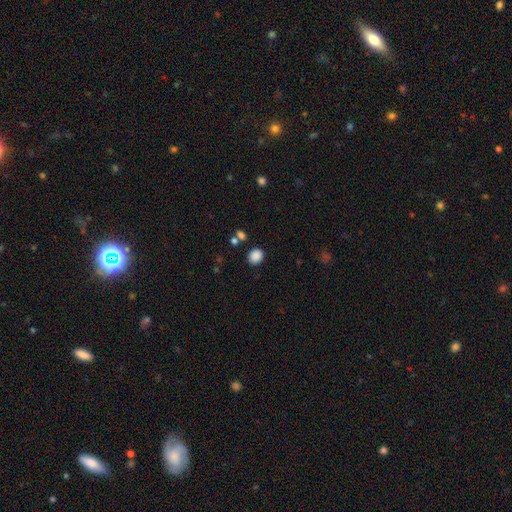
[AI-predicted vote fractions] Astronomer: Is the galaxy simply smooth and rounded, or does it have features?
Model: smooth — 86%.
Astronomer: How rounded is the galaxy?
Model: round — 70%.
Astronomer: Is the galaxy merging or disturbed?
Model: none — 83%.